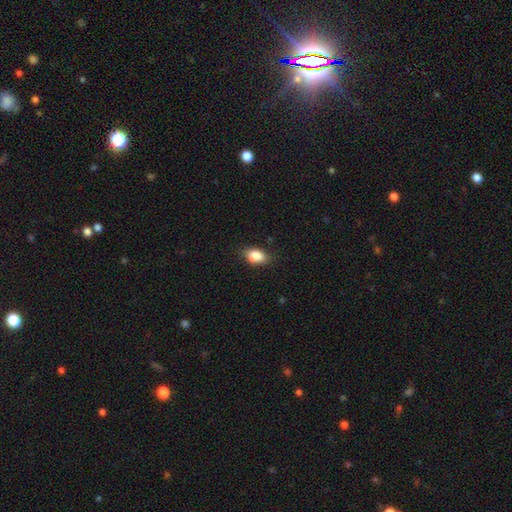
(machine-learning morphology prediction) smooth_or_featured: smooth (p=0.86) [alt: star or artifact p=0.08]
how_rounded: in between (p=0.86) [alt: round p=0.12]
merging: none (p=0.76) [alt: minor disturbance p=0.20]